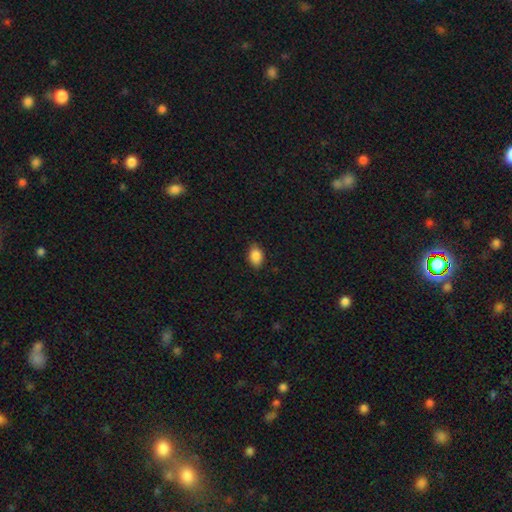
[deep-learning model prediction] smooth_or_featured: smooth (p=0.87) [alt: star or artifact p=0.08]
how_rounded: in between (p=0.83) [alt: round p=0.16]
merging: none (p=0.84) [alt: minor disturbance p=0.12]